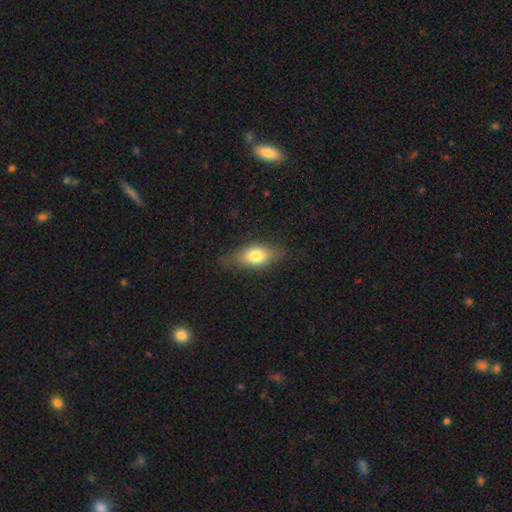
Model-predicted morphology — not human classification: type=smooth (74%); roundness=in between (82%); merging=none (72%).